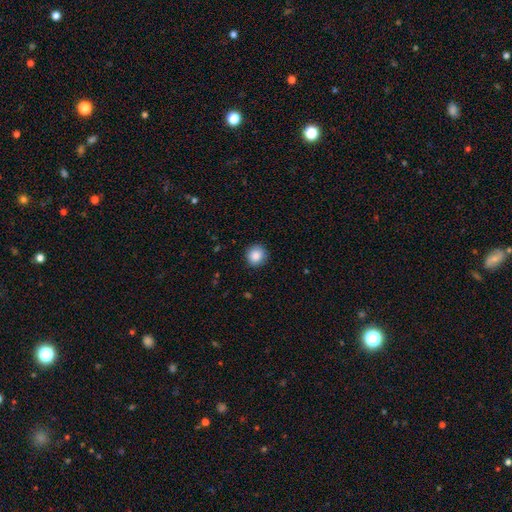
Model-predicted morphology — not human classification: The model was most divided on "smooth or featured": smooth: 87%, star or artifact: 9%, featured or disk: 4%. More confident: how rounded — round (91%); merging — none (89%).